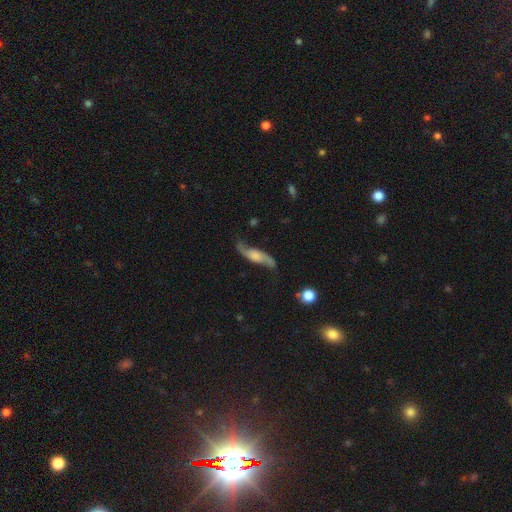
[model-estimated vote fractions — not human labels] This is likely a featured or disk galaxy (75%). It is clearly not viewed edge-on (81%). Bar: possibly no (59%). Spiral arm pattern: clearly yes (94%). Spiral arm count: clearly 2 (92%). Spiral winding: likely loose (79%). Central bulge: marginally none (27%). Merging: likely none (70%).